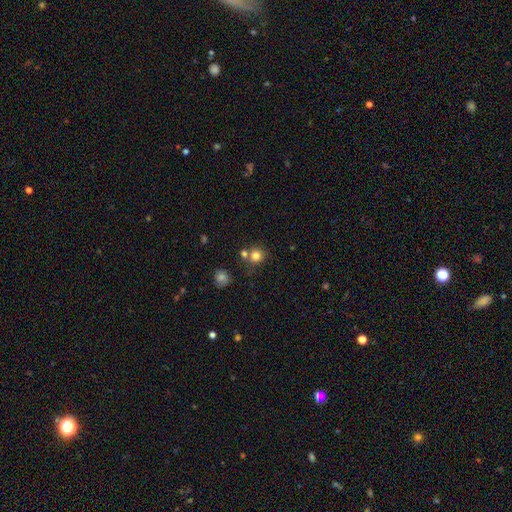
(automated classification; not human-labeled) smooth 79%, star or artifact 13%, featured or disk 8%. Down the decision tree: how rounded — round (86%); merging — none (64%).